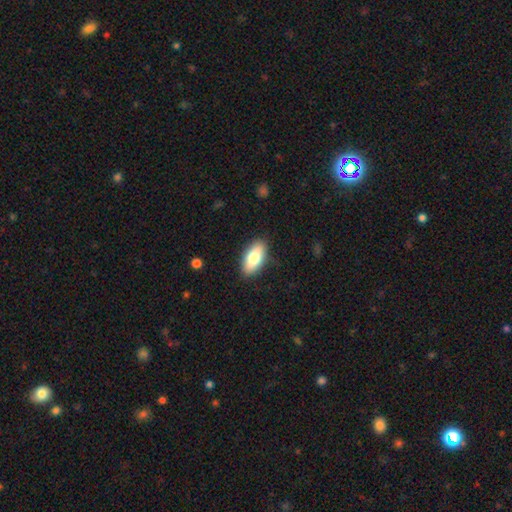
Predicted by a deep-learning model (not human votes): The model was most divided on "smooth or featured": smooth: 77%, featured or disk: 17%, star or artifact: 6%. More confident: merging — none (89%); how rounded — in between (87%).